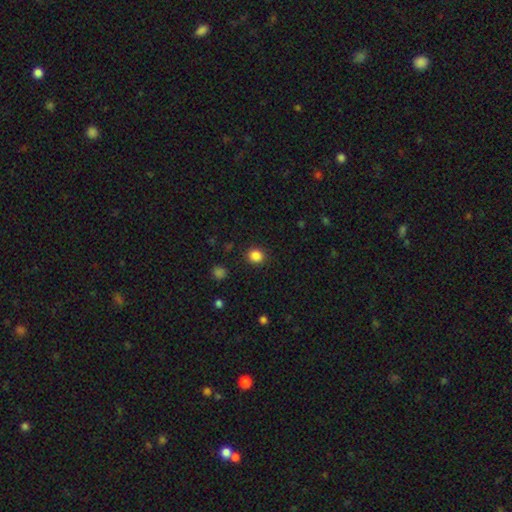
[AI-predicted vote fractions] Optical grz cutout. It shows a smooth galaxy with no disk features (86%) that is round (83%). Merging: none (90%).